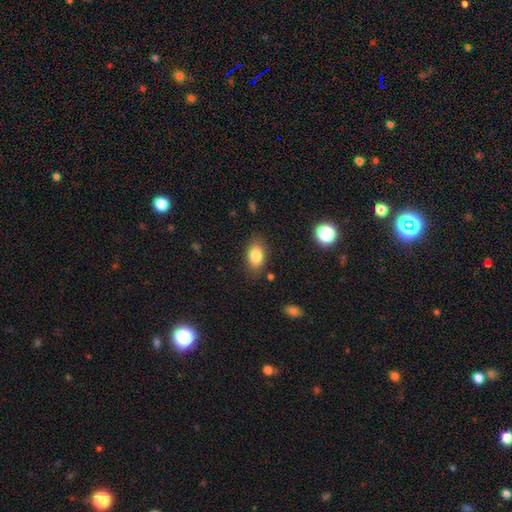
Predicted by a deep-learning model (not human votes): Smooth or featured? Predicted: smooth (p=0.83). How rounded? Predicted: in between (p=0.88). Merging? Predicted: none (p=0.82).